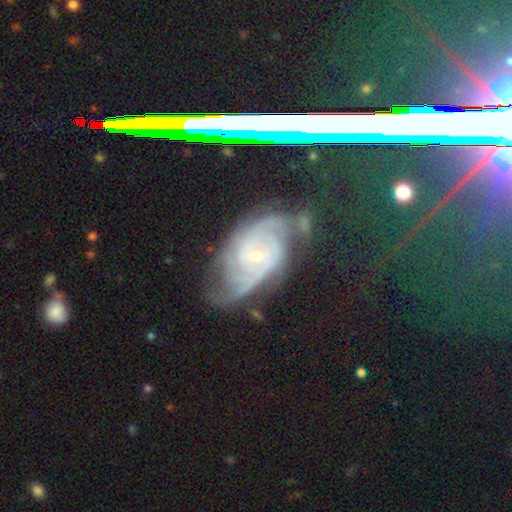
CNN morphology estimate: smooth_or_featured: featured or disk (p=0.83) [alt: star or artifact p=0.10]
disk_edge_on: no (p=0.97) [alt: yes p=0.03]
bar: no (p=0.58) [alt: weak p=0.33]
has_spiral_arms: yes (p=0.97) [alt: no p=0.03]
spiral_winding: tight (p=0.45) [alt: medium p=0.41]
spiral_arm_count: 2 (p=0.51) [alt: can't tell p=0.18]
bulge_size: small (p=0.77) [alt: moderate p=0.18]
merging: none (p=0.59) [alt: minor disturbance p=0.24]